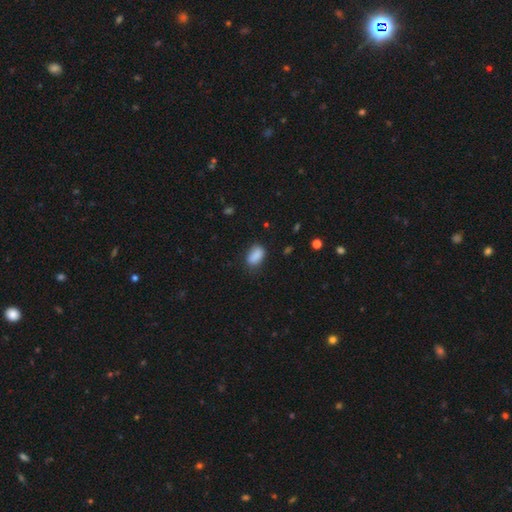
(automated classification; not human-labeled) Overall: smooth (87%). How rounded: in between (90%). Merging: none (73%).